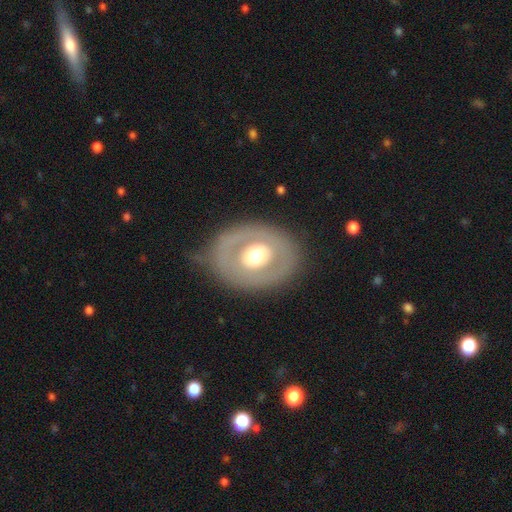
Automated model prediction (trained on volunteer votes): A featured or disk galaxy (54%) with no bar (82%), no spiral arms (90%) and a moderate central bulge (62%).

Vote fractions:
- Smooth or featured? featured or disk: 54% / smooth: 40% / star or artifact: 6%
- Edge-on disk? no: 94% / yes: 6%
- Bar? no: 82% / weak: 12% / strong: 6%
- Spiral arms? no: 90% / yes: 10%
- Bulge size? moderate: 62% / large: 26% / small: 7% / dominant: 3% / none: 1%
- Merging? none: 76% / minor disturbance: 13% / major disturbance: 9% / merger: 2%